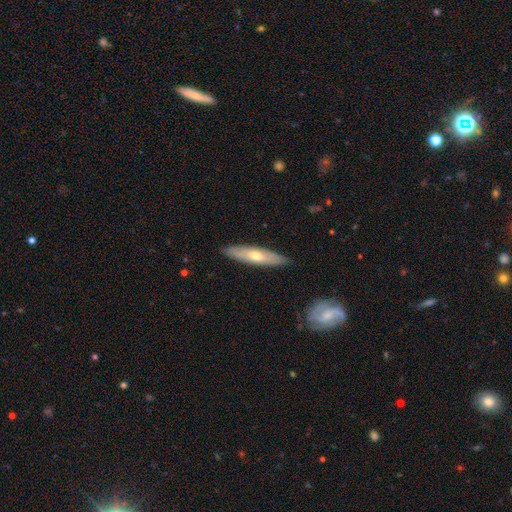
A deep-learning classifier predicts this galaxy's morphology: The model was most divided on "smooth or featured": featured or disk: 50%, smooth: 44%, star or artifact: 6%. More confident: merging — none (87%).